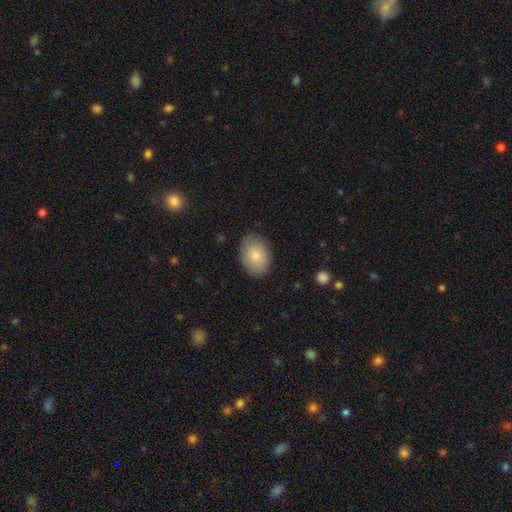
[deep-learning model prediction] Smooth or featured? smooth (83%)
How rounded? in between (80%)
Merging? none (83%)